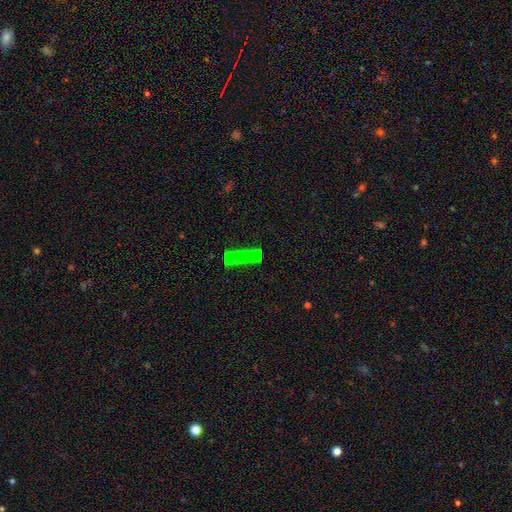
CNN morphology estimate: Smooth or featured?
  - star or artifact: 45% *
  - smooth: 28%
  - featured or disk: 27%